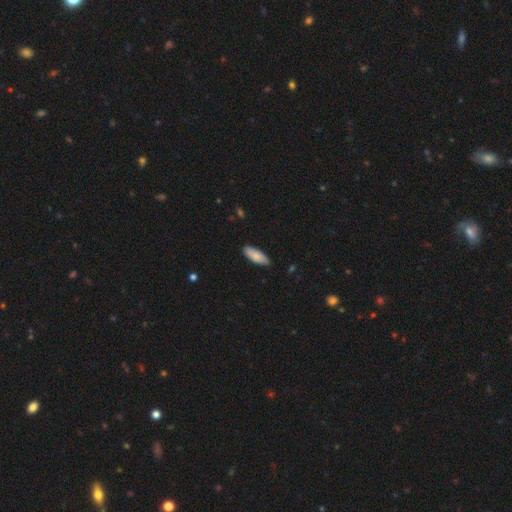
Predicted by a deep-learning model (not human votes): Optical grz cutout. It shows a smooth galaxy with no disk features (82%) that is in between round and cigar-shaped (73%). Merging: none (86%).